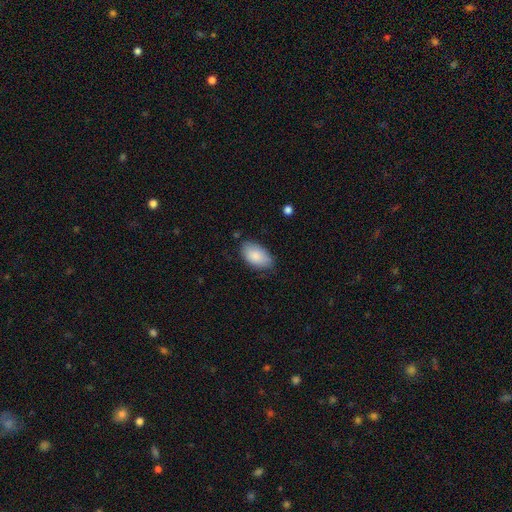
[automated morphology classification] Smooth or featured: smooth — 85% (featured or disk — 8%)
How rounded: in between — 94% (round — 4%)
Merging: none — 75% (minor disturbance — 20%)